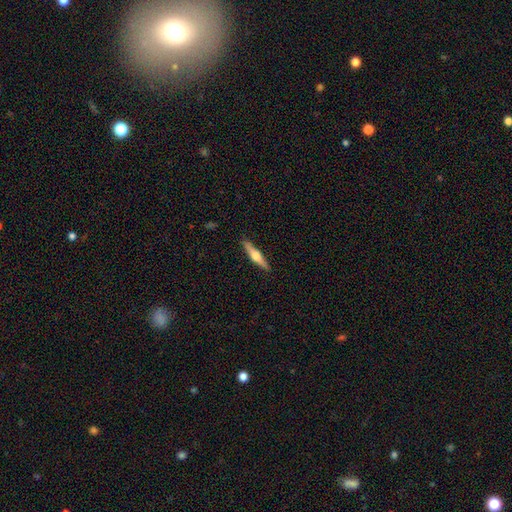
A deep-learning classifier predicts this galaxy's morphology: Q: Smooth or featured?
A: featured or disk (60%); runner-up: smooth (35%)
Q: Edge-on disk?
A: yes (97%); runner-up: no (3%)
Q: Edge-on bulge?
A: rounded (94%); runner-up: boxy (3%)
Q: Merging?
A: none (90%); runner-up: minor disturbance (7%)